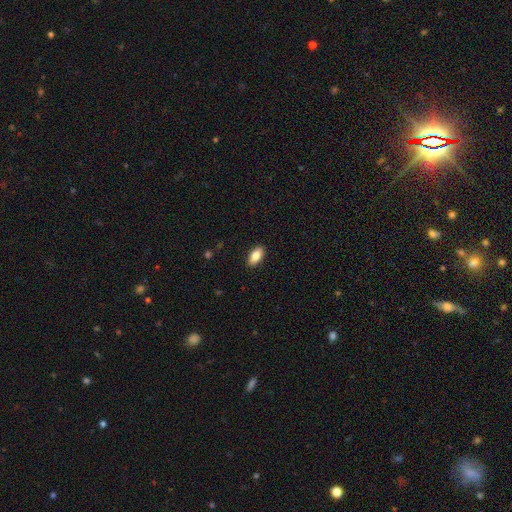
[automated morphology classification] Smooth or featured: smooth — 85% (featured or disk — 8%)
How rounded: in between — 92% (cigar-shaped — 5%)
Merging: none — 90% (minor disturbance — 7%)